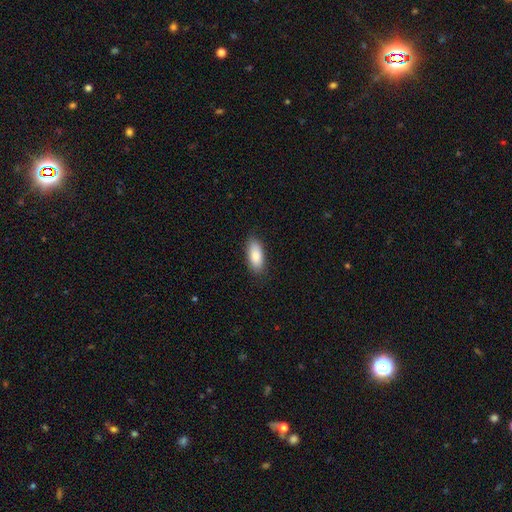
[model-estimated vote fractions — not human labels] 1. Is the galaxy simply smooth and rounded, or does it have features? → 86% smooth, 8% featured or disk, 6% star or artifact.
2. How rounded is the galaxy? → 84% in between, 14% cigar-shaped, 2% round.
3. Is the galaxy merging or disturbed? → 86% none, 11% minor disturbance, 2% major disturbance, 1% merger.